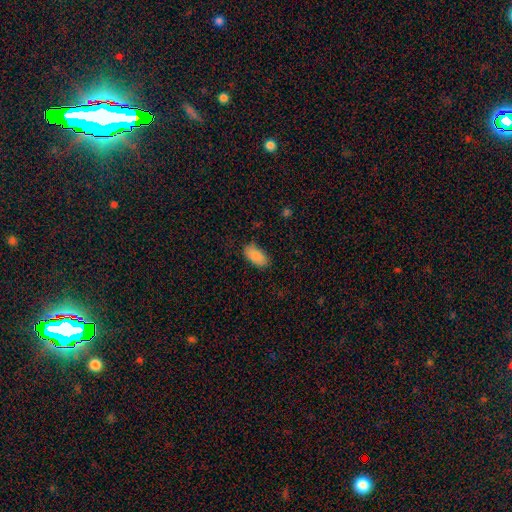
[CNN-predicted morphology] This is clearly a smooth galaxy (88%). How rounded: clearly in between (94%). Merging: clearly none (81%).